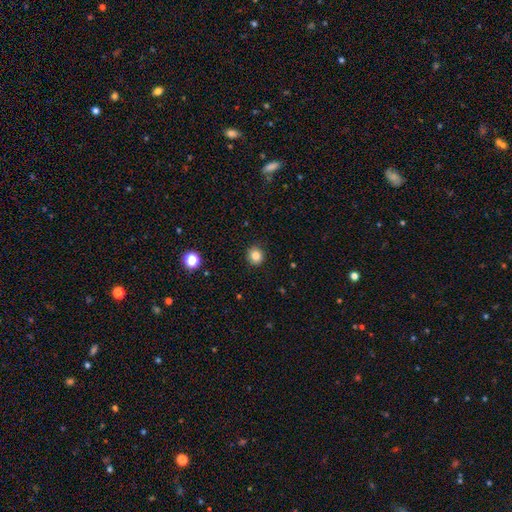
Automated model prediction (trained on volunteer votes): This is clearly a smooth galaxy (83%). How rounded: clearly round (87%). Merging: clearly none (90%).